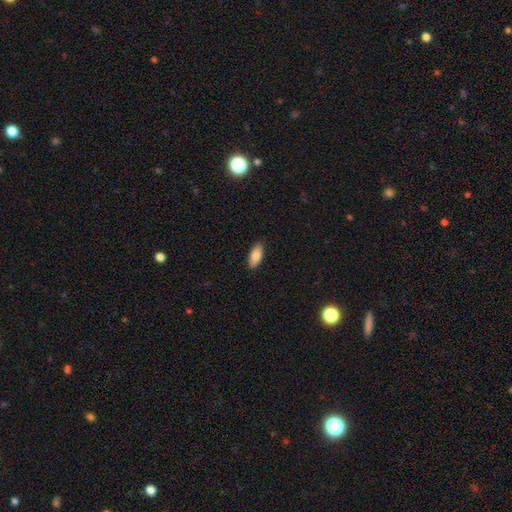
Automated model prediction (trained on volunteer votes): Q: Smooth or featured?
A: smooth (85%); runner-up: featured or disk (9%)
Q: How rounded?
A: in between (84%); runner-up: cigar-shaped (14%)
Q: Merging?
A: none (88%); runner-up: minor disturbance (9%)